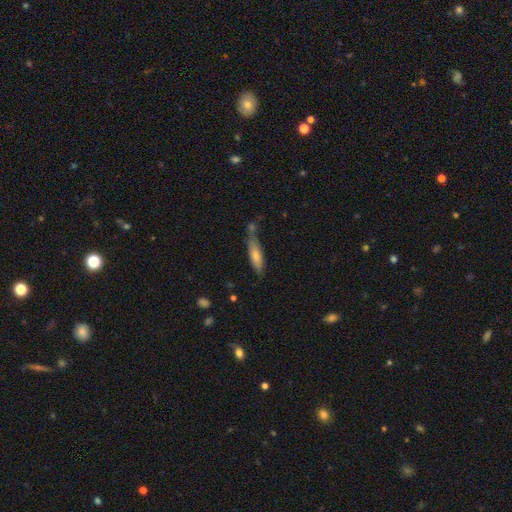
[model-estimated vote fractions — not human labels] Morphology: type=smooth (60%); roundness=cigar-shaped (75%); merging=none (57%).